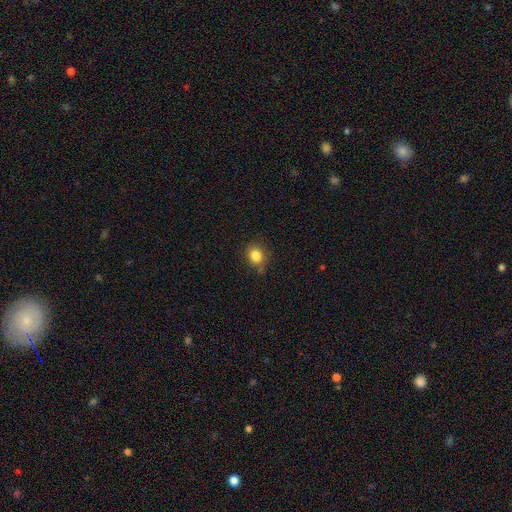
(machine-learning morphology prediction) Smooth or featured? smooth (84%)
How rounded? round (59%)
Merging? none (74%)